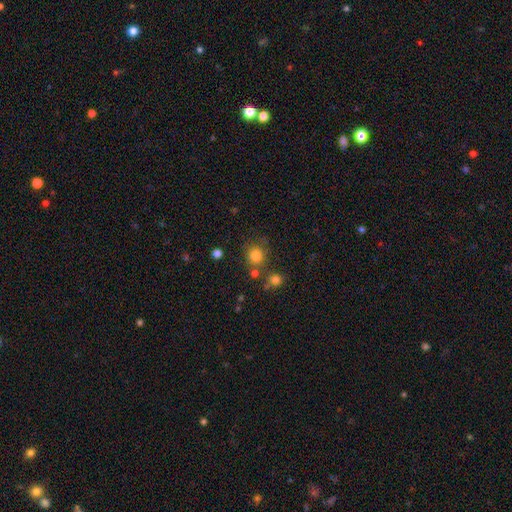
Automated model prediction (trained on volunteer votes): smooth_or_featured: smooth (p=0.80) [alt: star or artifact p=0.14]
how_rounded: round (p=0.86) [alt: in between p=0.13]
merging: none (p=0.72) [alt: merger p=0.12]